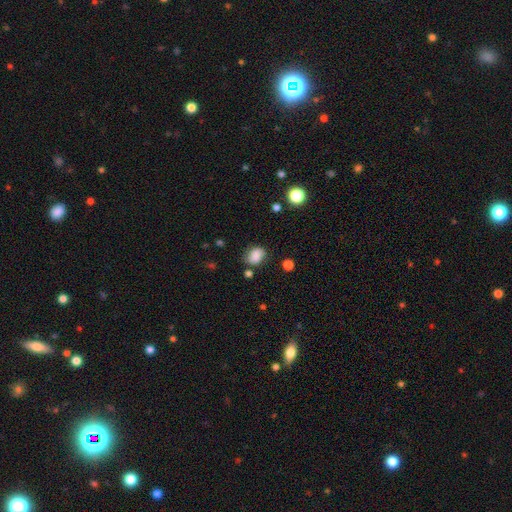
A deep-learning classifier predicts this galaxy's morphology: type=smooth (81%); roundness=in between (65%); merging=none (66%).